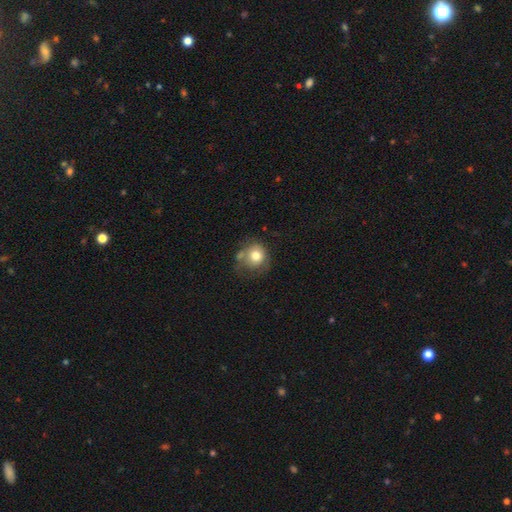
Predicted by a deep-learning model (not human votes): Smooth or featured: smooth — 74% (featured or disk — 17%)
How rounded: round — 83% (in between — 17%)
Merging: none — 47% (minor disturbance — 27%)